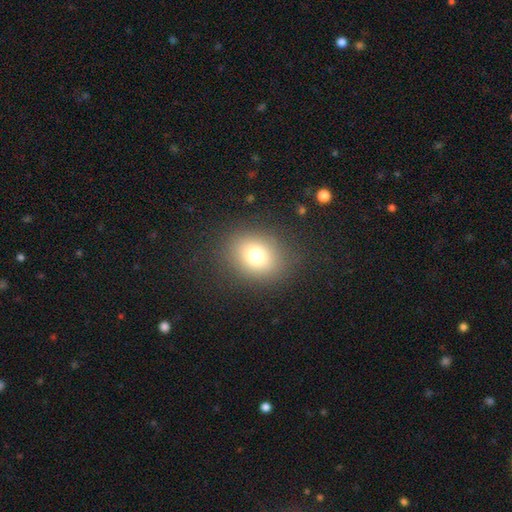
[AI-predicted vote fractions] smooth-or-featured: smooth: 75% | star or artifact: 14% | featured or disk: 10%
  how-rounded: round: 60% | in between: 39% | cigar-shaped: 1%
  merging: none: 85% | minor disturbance: 9% | major disturbance: 5% | merger: 1%